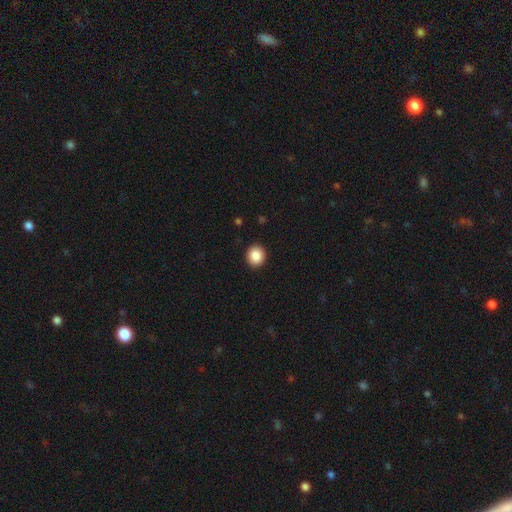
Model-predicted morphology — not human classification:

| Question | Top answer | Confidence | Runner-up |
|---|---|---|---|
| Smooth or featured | smooth | 88% | star or artifact (9%) |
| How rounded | round | 81% | in between (18%) |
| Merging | none | 92% | minor disturbance (5%) |